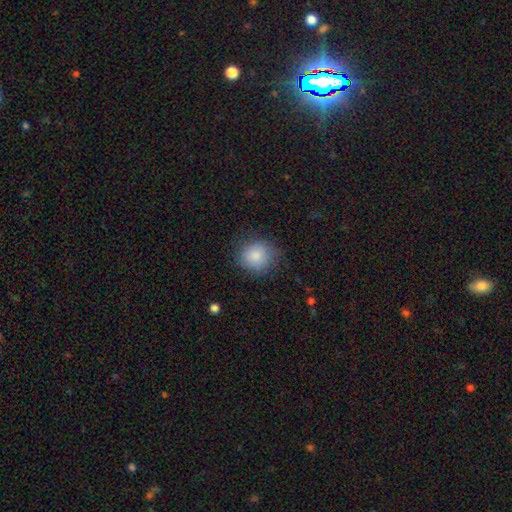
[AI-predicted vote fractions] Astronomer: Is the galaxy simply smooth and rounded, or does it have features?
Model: smooth — 86%.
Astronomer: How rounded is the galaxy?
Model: round — 84%.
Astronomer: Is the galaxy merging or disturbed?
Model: none — 78%.